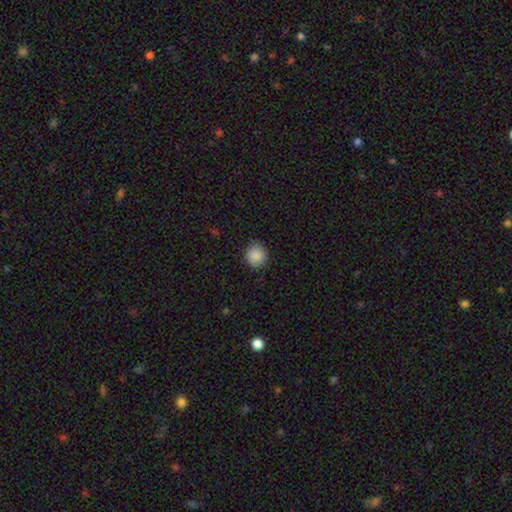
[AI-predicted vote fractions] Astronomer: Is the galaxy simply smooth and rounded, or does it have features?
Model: smooth — 88%.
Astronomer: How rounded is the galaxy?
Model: round — 90%.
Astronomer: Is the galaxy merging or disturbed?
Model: none — 87%.